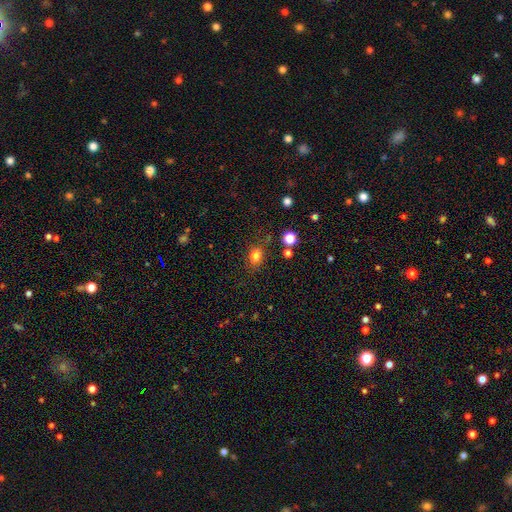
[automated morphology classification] Q: Smooth or featured?
A: smooth (79%); runner-up: star or artifact (13%)
Q: How rounded?
A: in between (57%); runner-up: round (42%)
Q: Merging?
A: none (77%); runner-up: minor disturbance (15%)